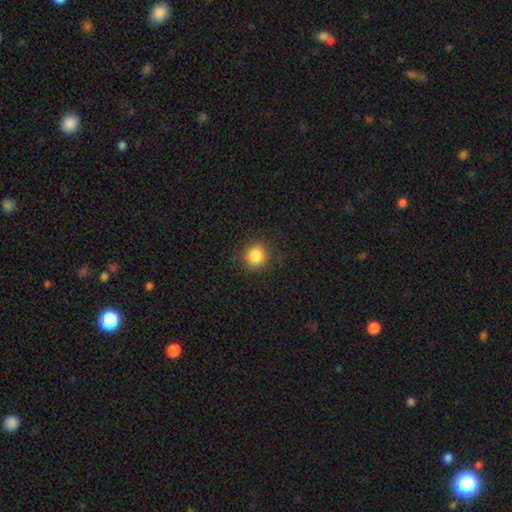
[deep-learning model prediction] The model was most divided on "smooth or featured": smooth: 85%, star or artifact: 11%, featured or disk: 4%. More confident: how rounded — round (89%); merging — none (88%).